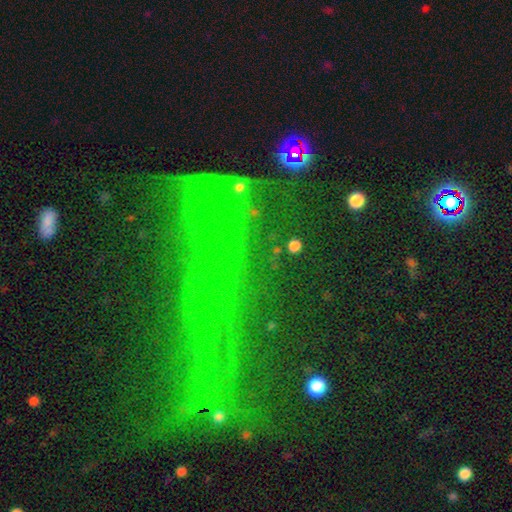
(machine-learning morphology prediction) Smooth or featured: star or artifact — 61% (featured or disk — 20%)